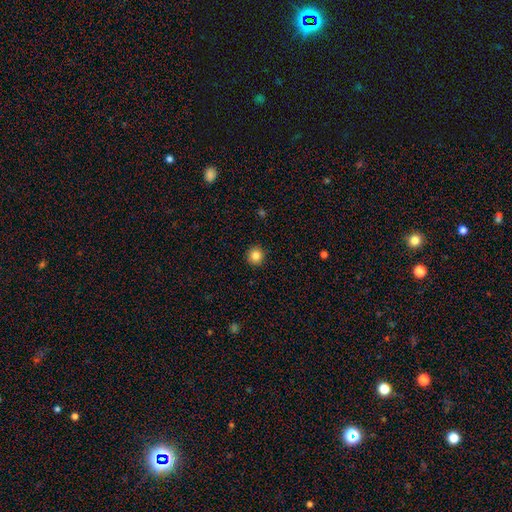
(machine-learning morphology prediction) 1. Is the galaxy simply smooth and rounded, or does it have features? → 85% smooth, 10% star or artifact, 5% featured or disk.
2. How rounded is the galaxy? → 94% round, 5% in between, 1% cigar-shaped.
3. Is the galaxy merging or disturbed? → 92% none, 5% minor disturbance, 2% major disturbance, 1% merger.